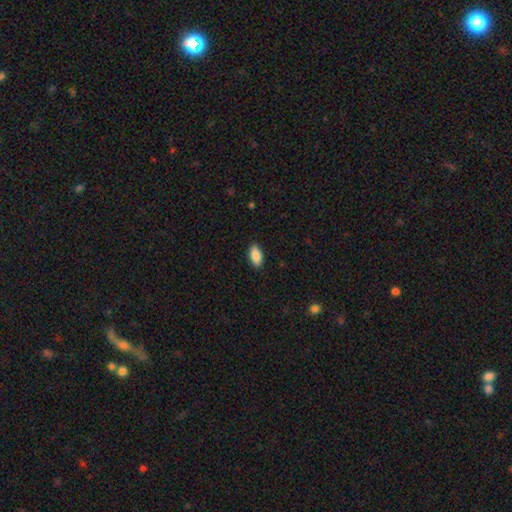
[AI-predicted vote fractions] This appears to be a smooth galaxy with no disk features (89%) that is in between round and cigar-shaped (93%). Merging: none (90%).